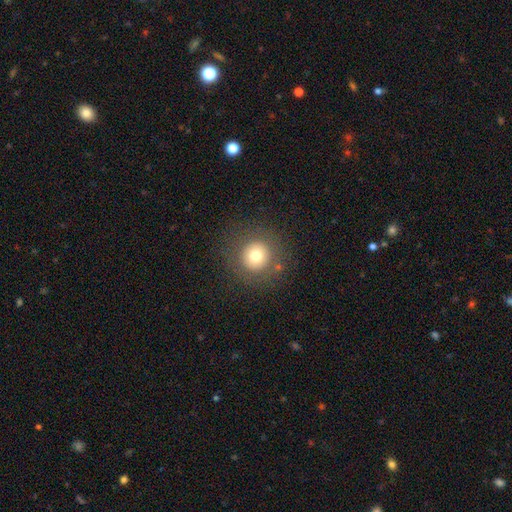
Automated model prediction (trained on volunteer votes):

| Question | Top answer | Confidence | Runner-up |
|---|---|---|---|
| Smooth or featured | smooth | 72% | featured or disk (14%) |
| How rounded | round | 95% | in between (4%) |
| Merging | none | 86% | minor disturbance (8%) |